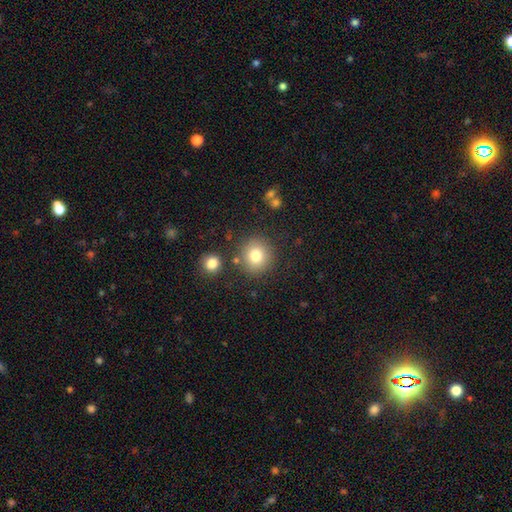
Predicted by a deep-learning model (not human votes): smooth 78%, star or artifact 12%, featured or disk 10%. Down the decision tree: how rounded — round (90%); merging — none (82%).